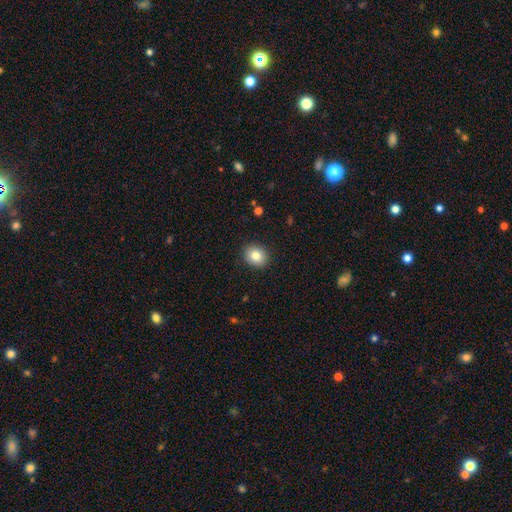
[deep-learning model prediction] Smooth or featured?
  - smooth: 83% *
  - star or artifact: 9%
  - featured or disk: 8%
How rounded?
  - round: 65% *
  - in between: 35%
  - cigar-shaped: 1%
Merging?
  - none: 90% *
  - minor disturbance: 7%
  - major disturbance: 2%
  - merger: 1%